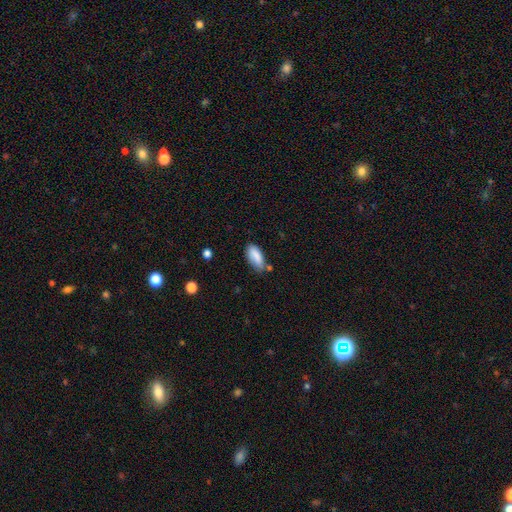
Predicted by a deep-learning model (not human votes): This is clearly a smooth galaxy (85%). How rounded: clearly in between (84%). Merging: possibly none (59%).